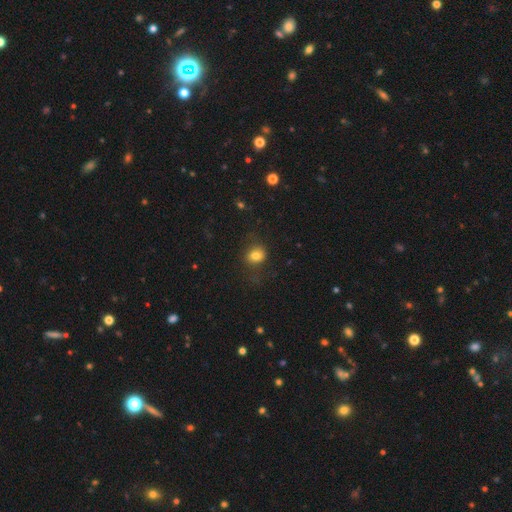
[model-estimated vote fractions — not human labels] This is likely a smooth galaxy (77%). How rounded: likely round (60%). Merging: likely none (69%).